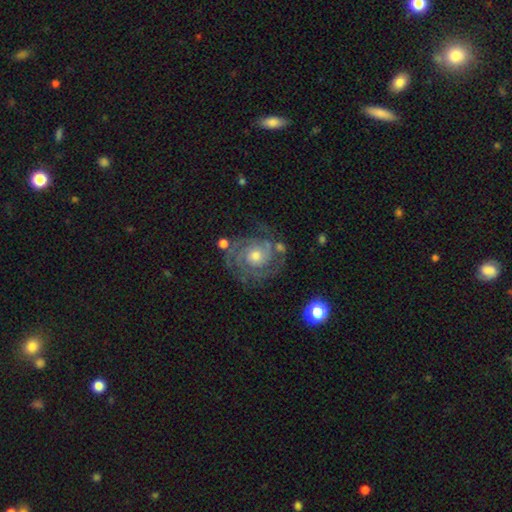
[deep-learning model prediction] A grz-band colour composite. It shows a featured or disk galaxy (88%) with no bar (78%), 2 (38%) tight (74%) spiral arms (97%) and a moderate central bulge (58%). Merging: none (72%).